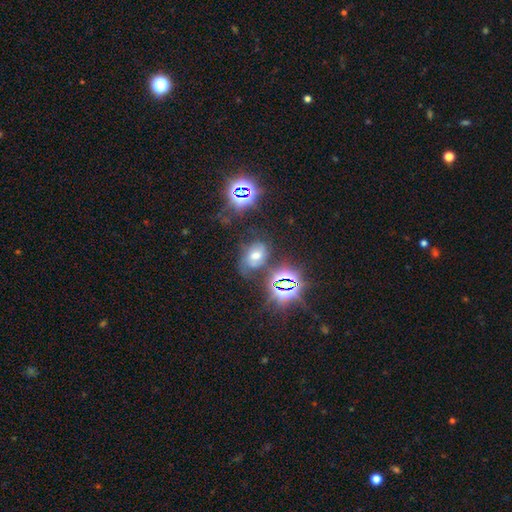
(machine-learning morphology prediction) The model was most divided on "smooth or featured": star or artifact: 36%, smooth: 34%, featured or disk: 29%.